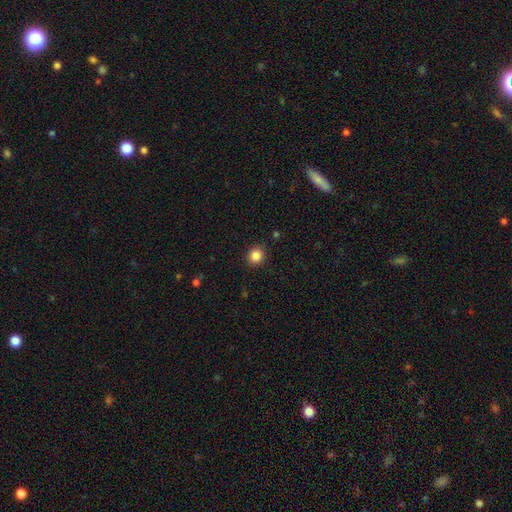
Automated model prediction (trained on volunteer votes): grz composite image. It shows a smooth galaxy with no disk features (85%) that is round (79%). Merging: none (90%).